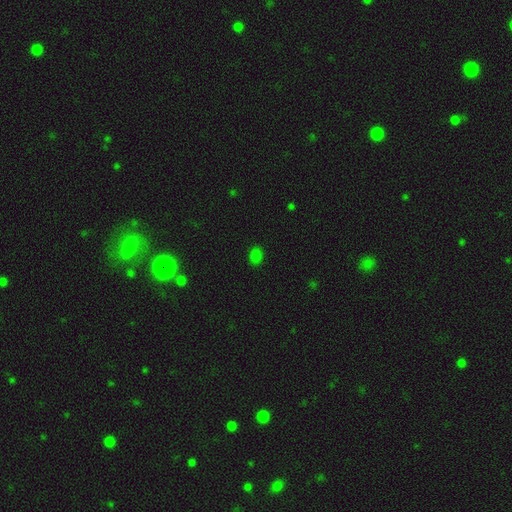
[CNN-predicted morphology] Smooth or featured? Predicted: smooth (p=0.78). How rounded? Predicted: in between (p=0.73). Merging? Predicted: none (p=0.86).